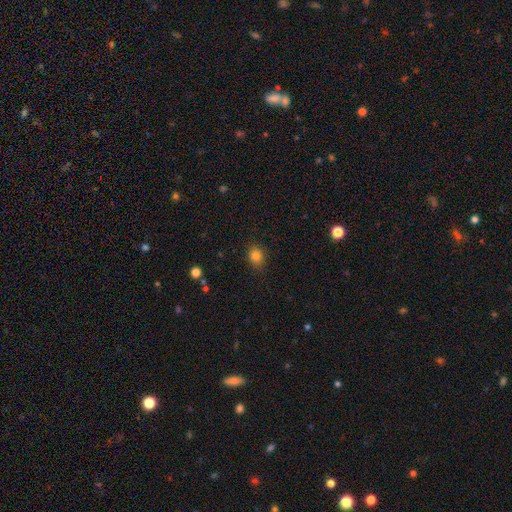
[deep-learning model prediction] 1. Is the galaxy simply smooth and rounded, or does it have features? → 83% smooth, 12% star or artifact, 5% featured or disk.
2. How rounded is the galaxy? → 66% round, 33% in between, 1% cigar-shaped.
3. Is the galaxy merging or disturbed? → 82% none, 14% minor disturbance, 3% major disturbance, 1% merger.